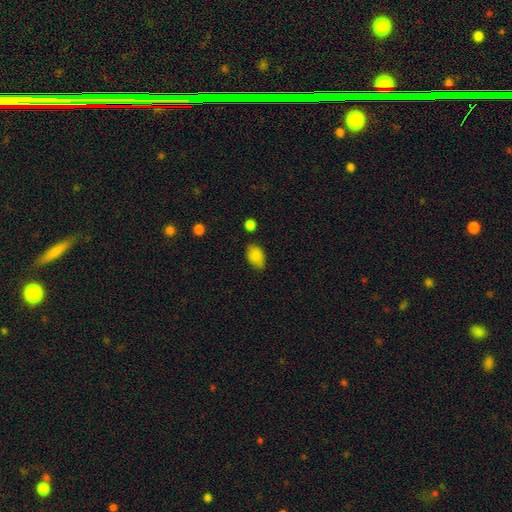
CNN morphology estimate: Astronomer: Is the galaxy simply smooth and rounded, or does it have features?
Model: smooth — 86%.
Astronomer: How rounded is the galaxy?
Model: in between — 86%.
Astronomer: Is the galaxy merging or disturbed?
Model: none — 68%.